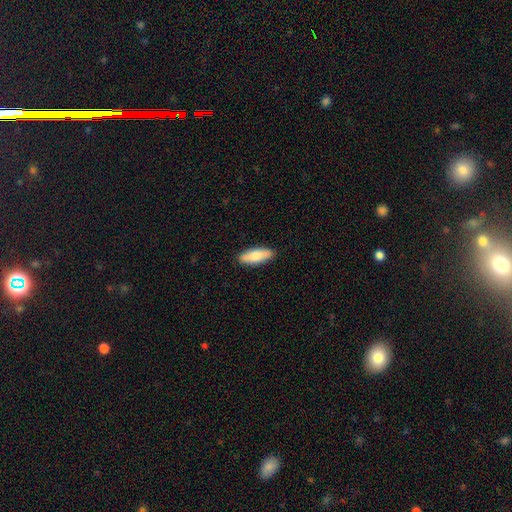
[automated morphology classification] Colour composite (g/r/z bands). It shows a smooth galaxy with no disk features (79%) that is in between round and cigar-shaped (63%). Merging: none (90%).